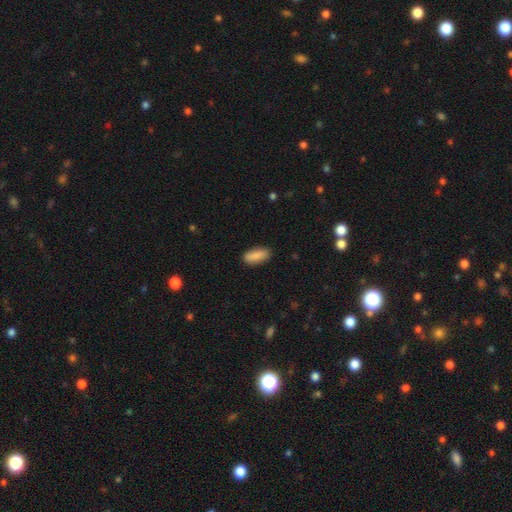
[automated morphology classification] smooth_or_featured: smooth (p=0.88) [alt: star or artifact p=0.07]
how_rounded: in between (p=0.74) [alt: cigar-shaped p=0.24]
merging: none (p=0.86) [alt: minor disturbance p=0.11]